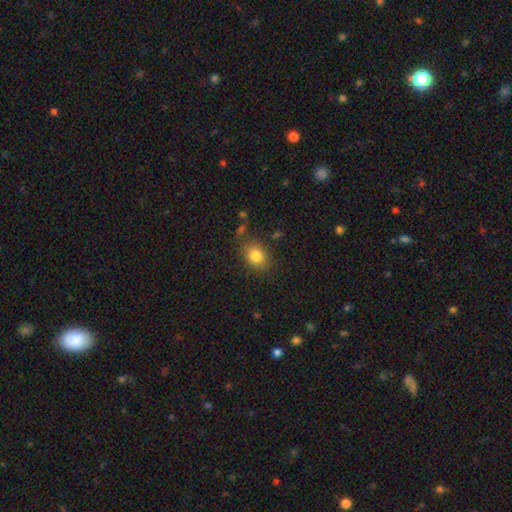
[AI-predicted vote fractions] smooth_or_featured: smooth (p=0.82) [alt: star or artifact p=0.10]
how_rounded: in between (p=0.55) [alt: round p=0.44]
merging: none (p=0.80) [alt: minor disturbance p=0.13]